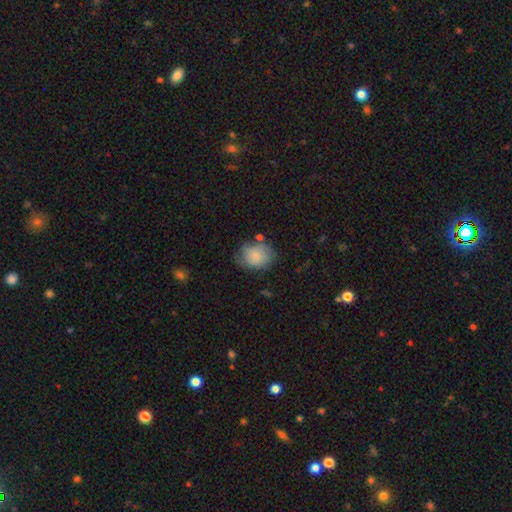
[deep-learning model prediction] Morphology: type=smooth (70%); roundness=round (52%); merging=none (61%).